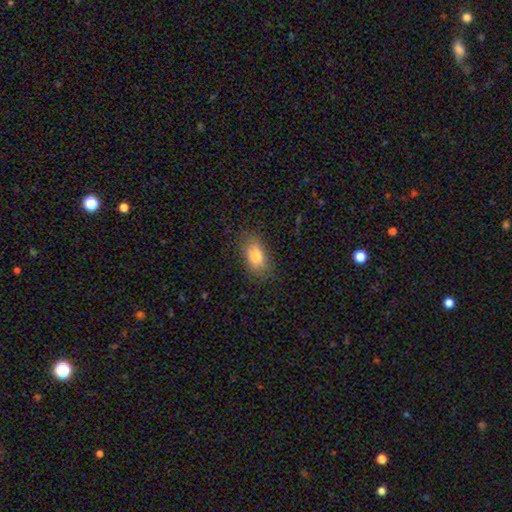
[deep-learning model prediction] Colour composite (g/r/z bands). It shows a smooth galaxy with no disk features (83%) that is in between round and cigar-shaped (88%). Merging: none (80%).